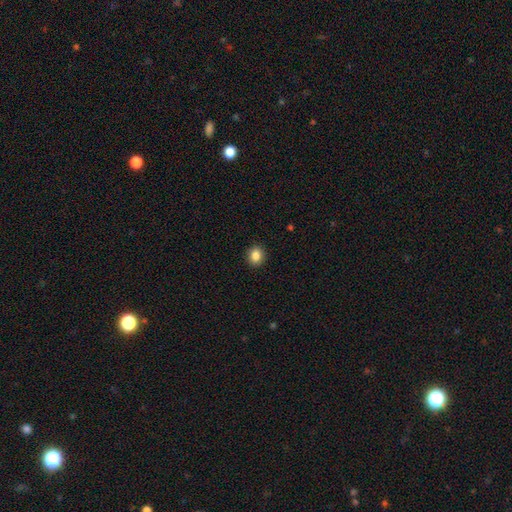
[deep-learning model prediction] This is clearly a smooth galaxy (86%). How rounded: likely round (70%). Merging: clearly none (92%).